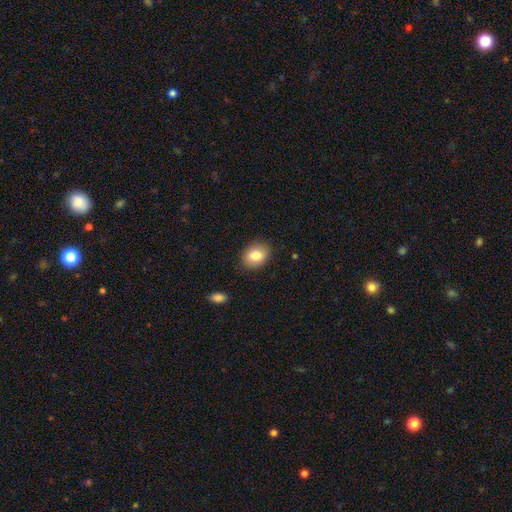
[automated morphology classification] Q: Smooth or featured?
A: smooth (83%); runner-up: featured or disk (9%)
Q: How rounded?
A: in between (62%); runner-up: round (37%)
Q: Merging?
A: none (86%); runner-up: minor disturbance (10%)